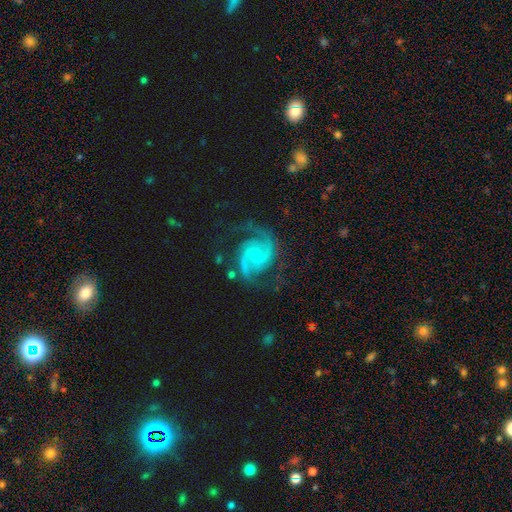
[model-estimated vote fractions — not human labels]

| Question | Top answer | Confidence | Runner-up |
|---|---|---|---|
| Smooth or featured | featured or disk | 93% | star or artifact (4%) |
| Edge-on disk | no | 98% | yes (2%) |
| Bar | no | 54% | weak (37%) |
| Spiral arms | yes | 99% | no (1%) |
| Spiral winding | medium | 58% | tight (30%) |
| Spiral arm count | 2 | 85% | 3 (7%) |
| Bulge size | small | 68% | moderate (19%) |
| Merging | none | 73% | minor disturbance (16%) |